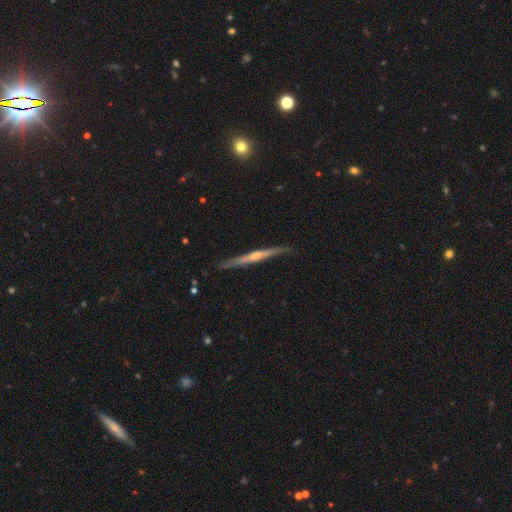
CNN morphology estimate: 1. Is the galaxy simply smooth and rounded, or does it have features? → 75% featured or disk, 20% smooth, 6% star or artifact.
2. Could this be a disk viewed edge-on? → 97% yes, 3% no.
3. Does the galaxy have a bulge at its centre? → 71% rounded, 24% none, 5% boxy.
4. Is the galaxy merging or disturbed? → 85% none, 12% minor disturbance, 2% major disturbance, 1% merger.